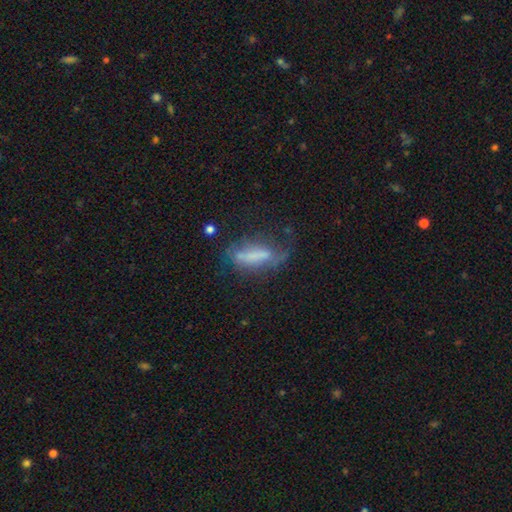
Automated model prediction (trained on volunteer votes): smooth-or-featured: smooth: 52% | featured or disk: 37% | star or artifact: 11%
  how-rounded: cigar-shaped: 52% | in between: 45% | round: 3%
  merging: none: 37% | major disturbance: 30% | minor disturbance: 28% | merger: 6%